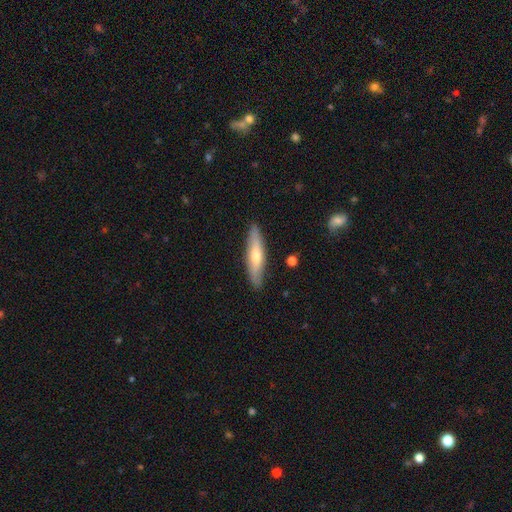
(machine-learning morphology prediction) Overall: smooth (52%; featured or disk 42%). How rounded: cigar-shaped (79%). Merging: none (87%).